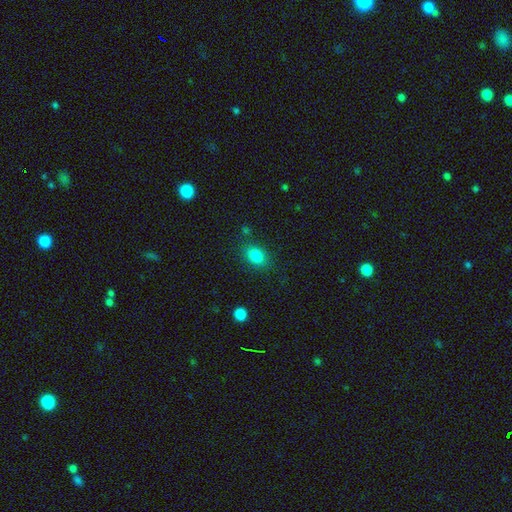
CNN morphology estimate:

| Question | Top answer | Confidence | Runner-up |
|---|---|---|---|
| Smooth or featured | smooth | 84% | star or artifact (10%) |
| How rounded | in between | 73% | round (25%) |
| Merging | none | 82% | minor disturbance (12%) |